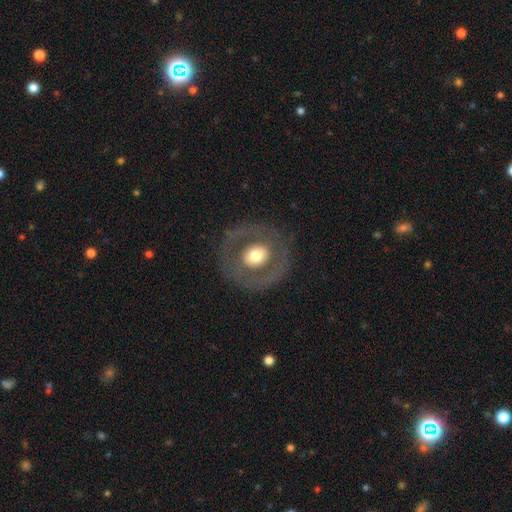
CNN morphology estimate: type=featured or disk (49%); merging=none (81%).